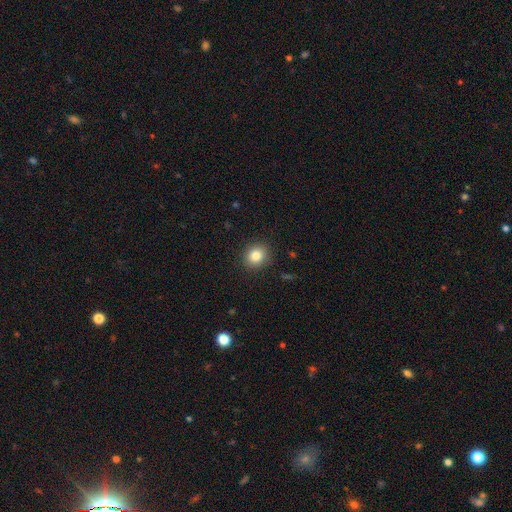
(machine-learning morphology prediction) Smooth or featured?
  - smooth: 82% *
  - star or artifact: 11%
  - featured or disk: 7%
How rounded?
  - round: 79% *
  - in between: 20%
  - cigar-shaped: 1%
Merging?
  - none: 90% *
  - minor disturbance: 7%
  - major disturbance: 2%
  - merger: 1%